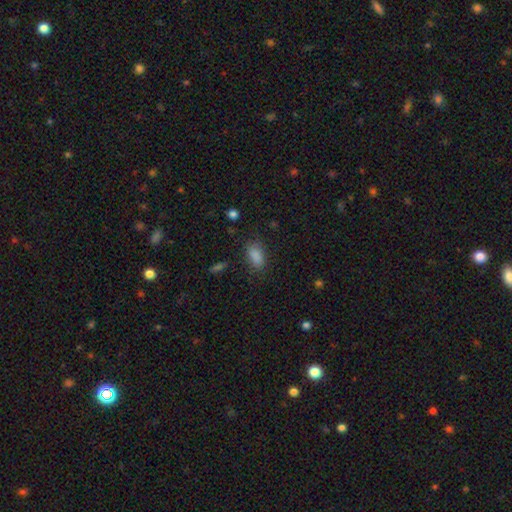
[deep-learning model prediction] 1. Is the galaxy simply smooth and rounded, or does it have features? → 86% smooth, 10% star or artifact, 5% featured or disk.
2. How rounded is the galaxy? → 89% in between, 6% round, 5% cigar-shaped.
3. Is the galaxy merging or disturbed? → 77% none, 16% minor disturbance, 5% major disturbance, 2% merger.